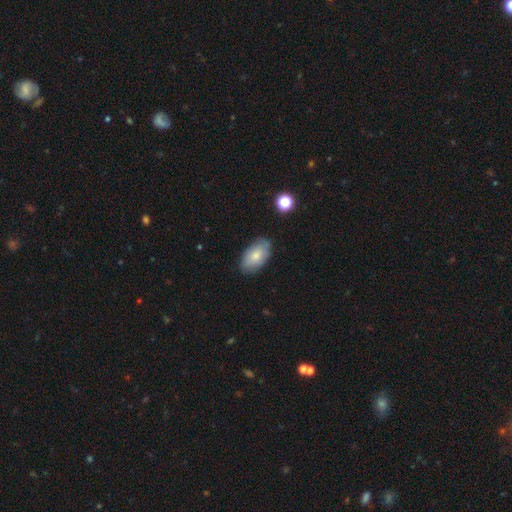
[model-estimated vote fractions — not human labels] Smooth or featured? Predicted: smooth (p=0.77). How rounded? Predicted: in between (p=0.94). Merging? Predicted: none (p=0.81).